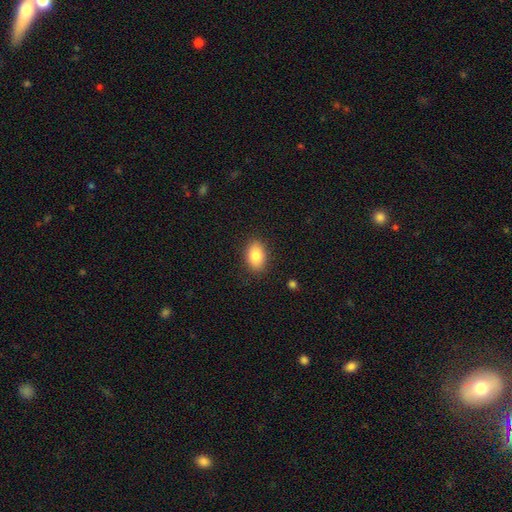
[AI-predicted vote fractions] The model was most divided on "how rounded": in between: 86%, round: 13%, cigar-shaped: 1%. More confident: merging — none (87%); smooth or featured — smooth (84%).